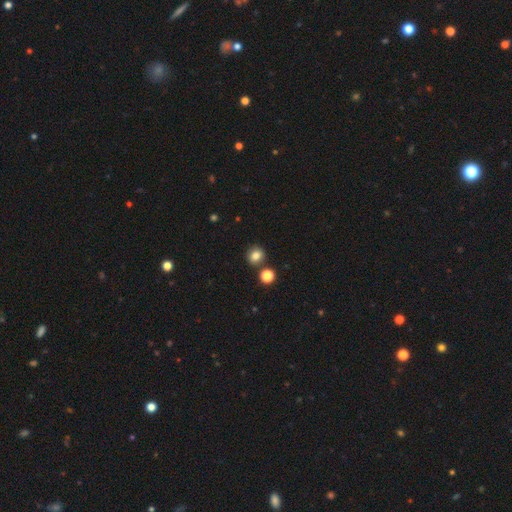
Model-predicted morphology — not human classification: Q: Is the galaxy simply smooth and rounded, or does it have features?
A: smooth — 81%.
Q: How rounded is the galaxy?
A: round — 82%.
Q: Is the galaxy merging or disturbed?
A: none — 80%.